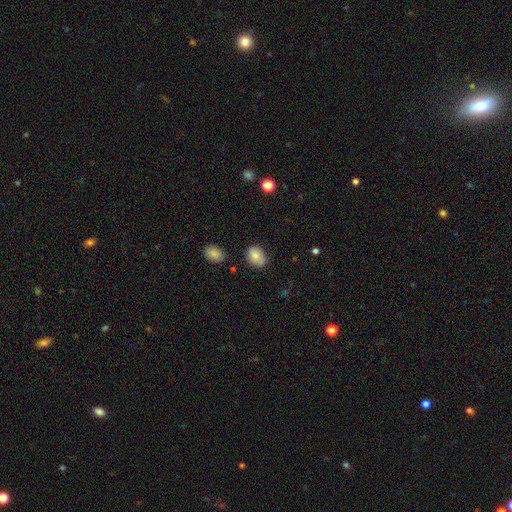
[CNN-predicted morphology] Smooth or featured: smooth — 83% (featured or disk — 9%)
How rounded: in between — 69% (round — 30%)
Merging: none — 74% (minor disturbance — 19%)